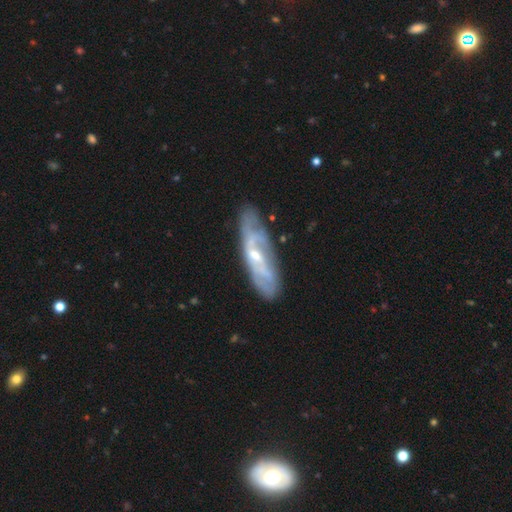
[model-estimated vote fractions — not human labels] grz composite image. It shows a featured or disk galaxy (73%) with a weak bar (42%), spiral arms (74%) and a small central bulge (52%). Merging: none (70%).